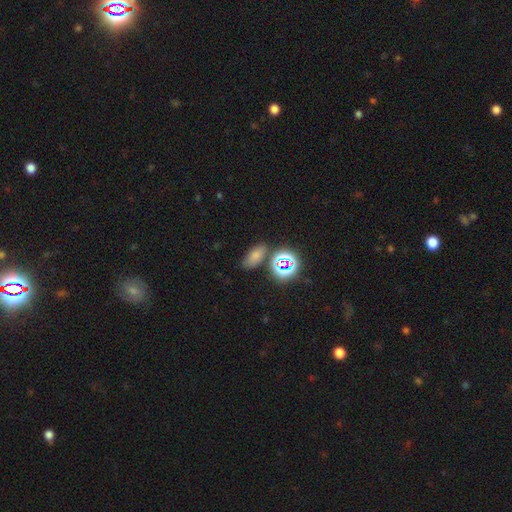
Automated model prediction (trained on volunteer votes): Morphology: type=smooth (66%); roundness=in between (82%); merging=none (73%).